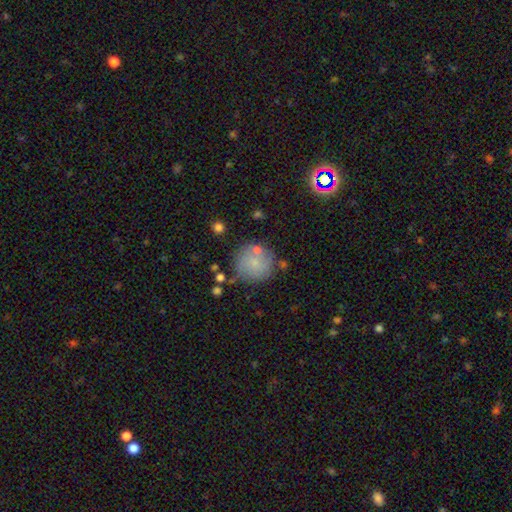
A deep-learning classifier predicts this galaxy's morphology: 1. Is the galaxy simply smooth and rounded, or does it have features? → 72% smooth, 18% featured or disk, 10% star or artifact.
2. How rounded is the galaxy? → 93% round, 6% in between, 1% cigar-shaped.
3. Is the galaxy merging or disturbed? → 71% none, 15% minor disturbance, 9% merger, 5% major disturbance.